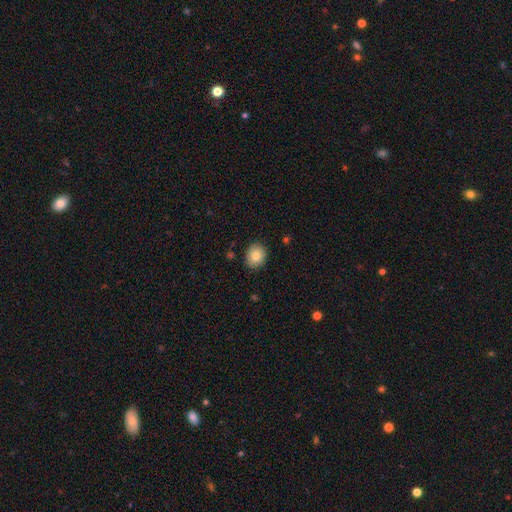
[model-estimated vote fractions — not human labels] smooth 82%, featured or disk 9%, star or artifact 9%. Down the decision tree: how rounded — round (67%); merging — none (88%).